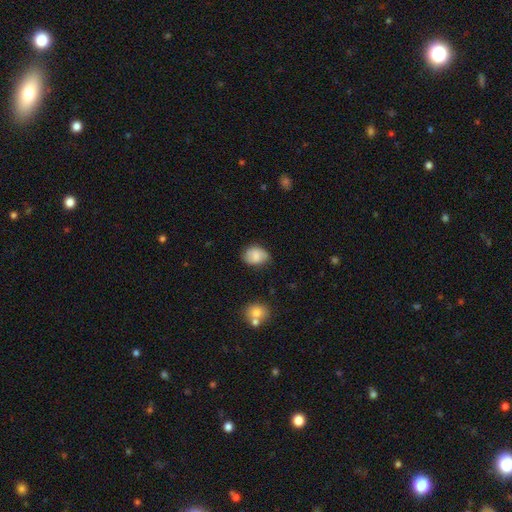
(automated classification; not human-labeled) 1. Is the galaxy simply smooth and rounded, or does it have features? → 71% smooth, 21% featured or disk, 8% star or artifact.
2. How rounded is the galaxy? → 66% in between, 33% round, 1% cigar-shaped.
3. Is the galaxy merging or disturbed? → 70% none, 23% minor disturbance, 5% major disturbance, 2% merger.